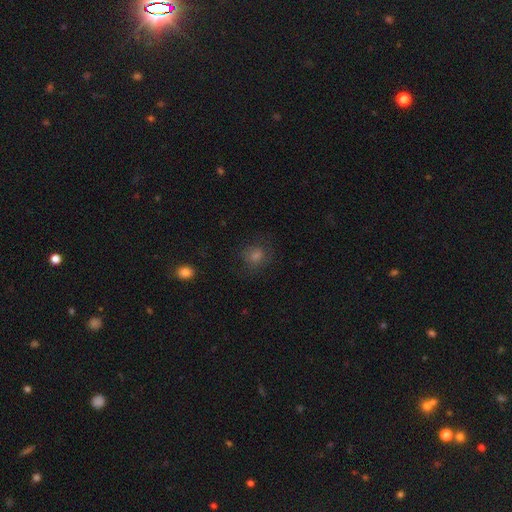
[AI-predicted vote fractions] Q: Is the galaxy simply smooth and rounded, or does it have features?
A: smooth — 59%.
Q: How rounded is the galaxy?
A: round — 82%.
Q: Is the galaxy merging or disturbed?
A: none — 76%.